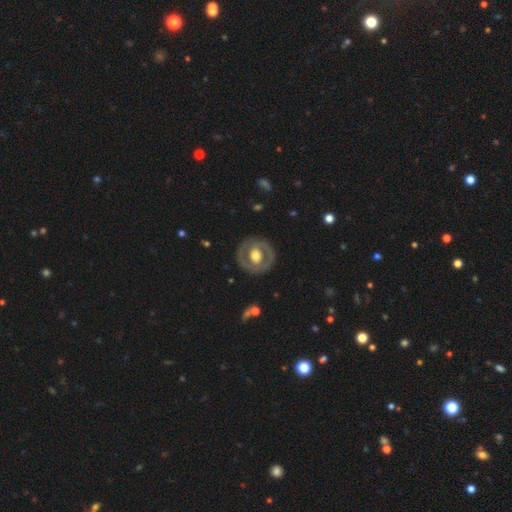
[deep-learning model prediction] A featured or disk galaxy (60%) with no bar (60%), no spiral arms (75%) and a moderate central bulge (59%).

Vote fractions:
- Smooth or featured? featured or disk: 60% / smooth: 35% / star or artifact: 5%
- Edge-on disk? no: 95% / yes: 5%
- Bar? no: 60% / weak: 27% / strong: 13%
- Spiral arms? no: 75% / yes: 25%
- Bulge size? moderate: 59% / large: 32% / small: 5% / dominant: 2% / none: 1%
- Merging? none: 85% / minor disturbance: 10% / major disturbance: 4% / merger: 1%